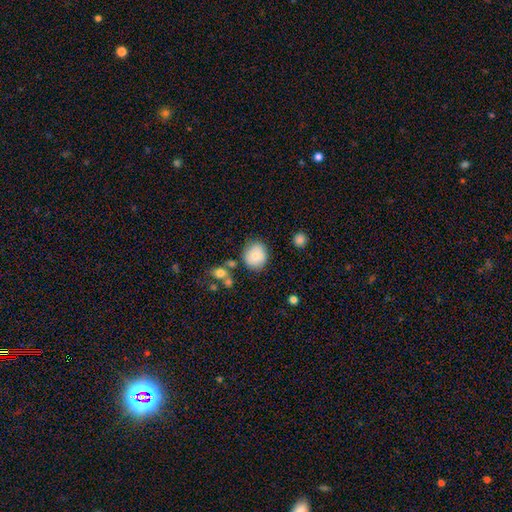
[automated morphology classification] type=smooth (76%); roundness=round (75%); merging=none (74%).